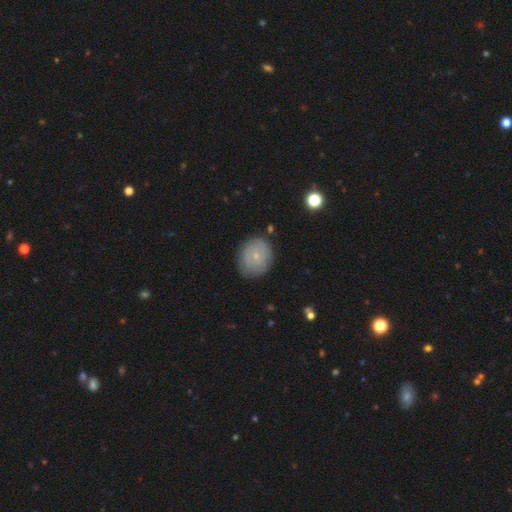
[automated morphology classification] This appears to be a smooth galaxy with no disk features (52%) that is round (66%). Merging: none (79%).